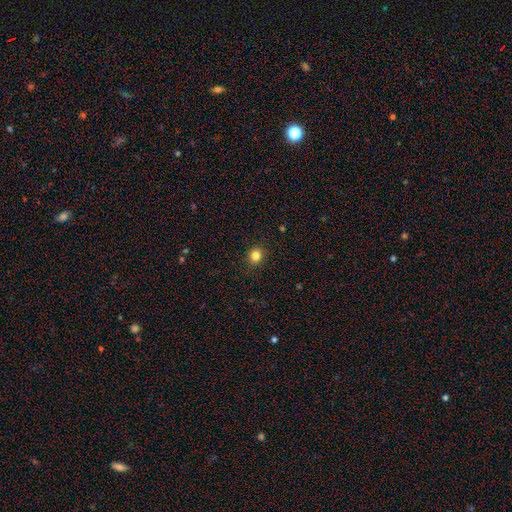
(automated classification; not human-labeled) Smooth or featured? Predicted: smooth (p=0.83). How rounded? Predicted: round (p=0.79). Merging? Predicted: none (p=0.90).